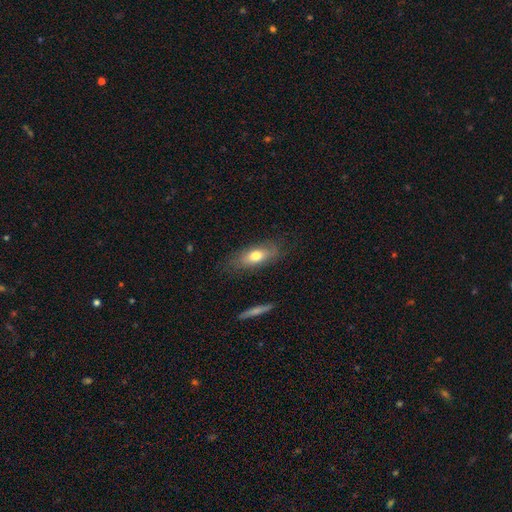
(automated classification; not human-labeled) A smooth galaxy with no disk features (66%) that is in between round and cigar-shaped (76%). Merging: none (74%).